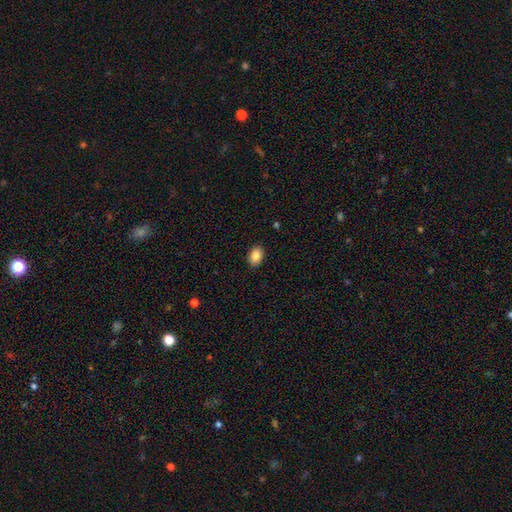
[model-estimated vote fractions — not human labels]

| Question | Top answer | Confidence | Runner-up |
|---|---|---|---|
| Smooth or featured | smooth | 86% | star or artifact (8%) |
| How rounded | in between | 83% | round (16%) |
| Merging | none | 90% | minor disturbance (7%) |